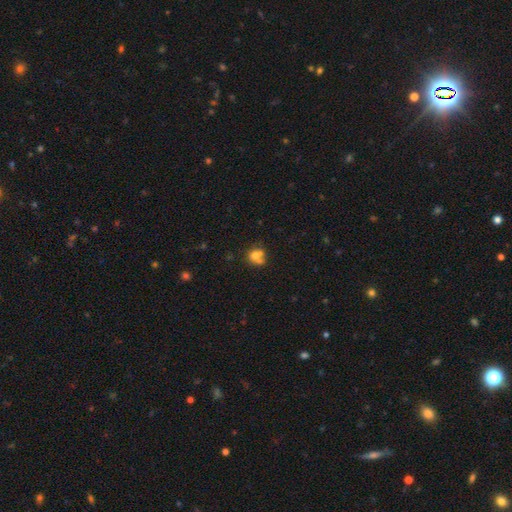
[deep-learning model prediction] Smooth or featured: smooth — 68% (featured or disk — 20%)
How rounded: round — 74% (in between — 25%)
Merging: merger — 46% (none — 38%)